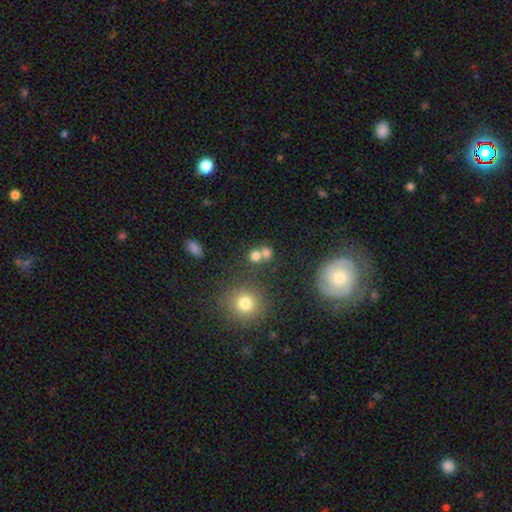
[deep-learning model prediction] smooth_or_featured: smooth (p=0.74) [alt: star or artifact p=0.16]
how_rounded: round (p=0.82) [alt: in between p=0.17]
merging: none (p=0.48) [alt: merger p=0.41]